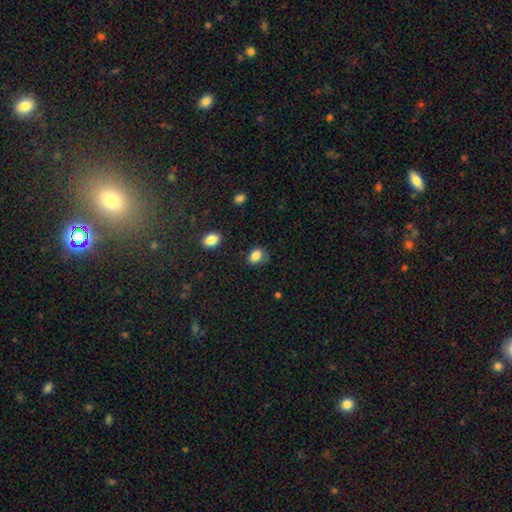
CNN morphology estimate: This appears to be a smooth galaxy with no disk features (85%) that is in between round and cigar-shaped (63%). Merging: none (66%).